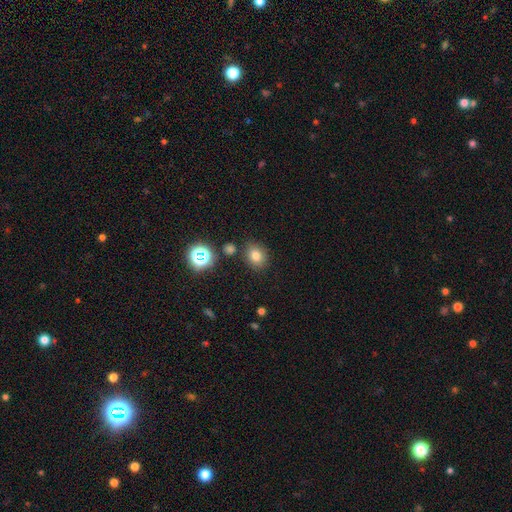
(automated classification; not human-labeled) Smooth or featured?
  - smooth: 75% *
  - star or artifact: 17%
  - featured or disk: 8%
How rounded?
  - round: 58% *
  - in between: 41%
  - cigar-shaped: 1%
Merging?
  - none: 81% *
  - minor disturbance: 10%
  - merger: 6%
  - major disturbance: 3%